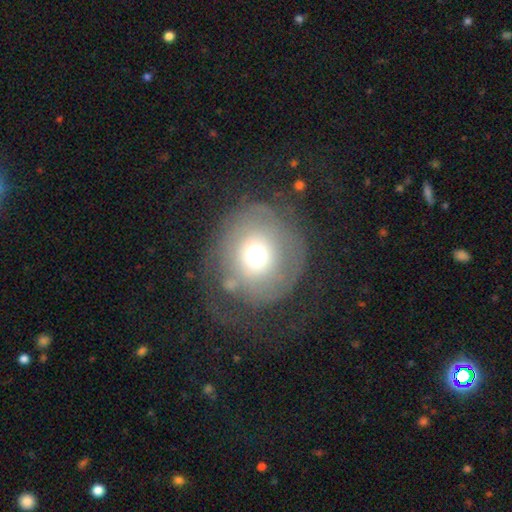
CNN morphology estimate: Smooth or featured?
  - smooth: 51% *
  - featured or disk: 38%
  - star or artifact: 12%
How rounded?
  - round: 88% *
  - in between: 11%
  - cigar-shaped: 1%
Merging?
  - none: 44% *
  - major disturbance: 33%
  - minor disturbance: 19%
  - merger: 4%